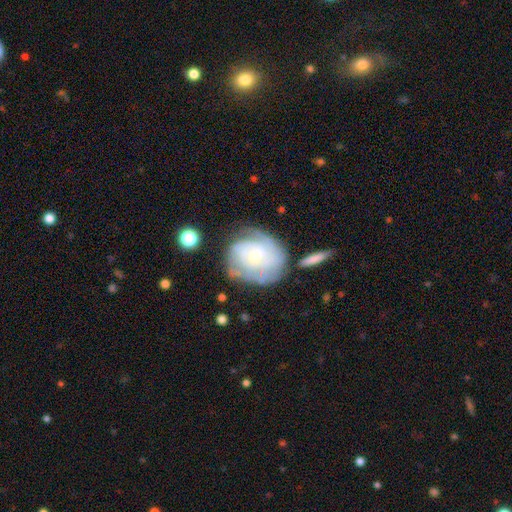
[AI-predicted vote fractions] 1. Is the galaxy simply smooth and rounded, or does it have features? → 75% featured or disk, 19% smooth, 6% star or artifact.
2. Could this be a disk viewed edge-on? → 97% no, 3% yes.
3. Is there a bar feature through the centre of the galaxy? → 76% no, 20% weak, 3% strong.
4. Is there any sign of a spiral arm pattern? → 88% yes, 12% no.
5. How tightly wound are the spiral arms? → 69% tight, 23% medium, 7% loose.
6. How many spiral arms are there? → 46% can't tell, 21% 2, 15% 3, 7% 4, 6% 1, 4% more than 4.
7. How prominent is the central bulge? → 68% small, 27% moderate, 2% large, 2% none, 1% dominant.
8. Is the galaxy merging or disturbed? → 62% none, 22% minor disturbance, 10% major disturbance, 5% merger.